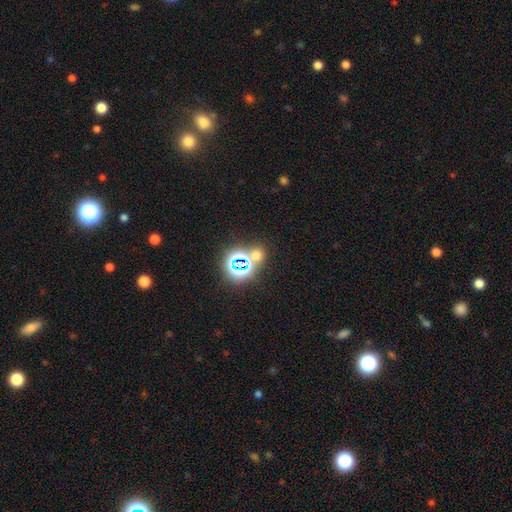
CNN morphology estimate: A smooth galaxy with no disk features (46%, tied with star or artifact). Merging: none (65%).